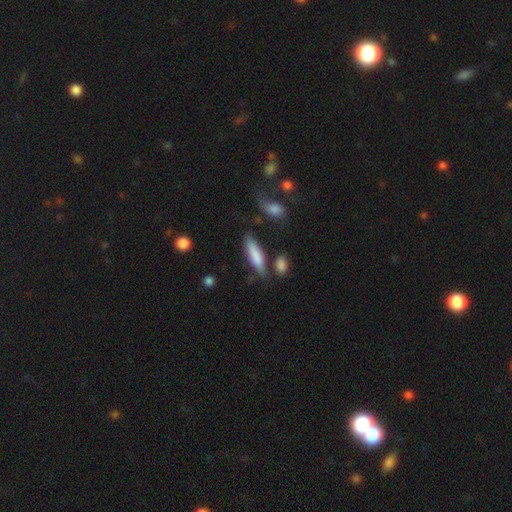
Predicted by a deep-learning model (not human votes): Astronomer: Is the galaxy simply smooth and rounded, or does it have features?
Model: smooth — 78%.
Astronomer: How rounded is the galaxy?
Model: cigar-shaped — 67%.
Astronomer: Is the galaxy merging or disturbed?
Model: none — 66%.